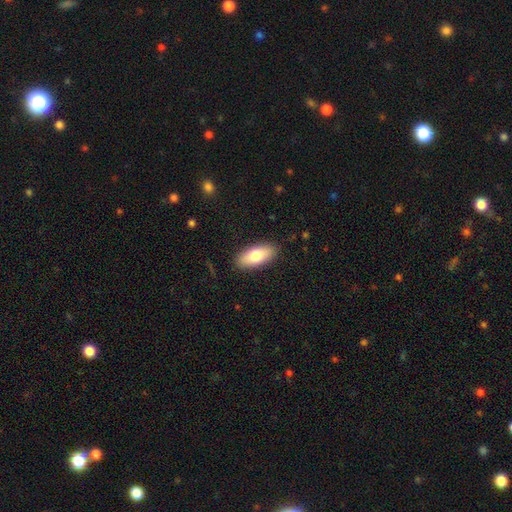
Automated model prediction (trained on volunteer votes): Q: Smooth or featured?
A: smooth (78%); runner-up: featured or disk (16%)
Q: How rounded?
A: in between (87%); runner-up: cigar-shaped (10%)
Q: Merging?
A: none (89%); runner-up: minor disturbance (8%)